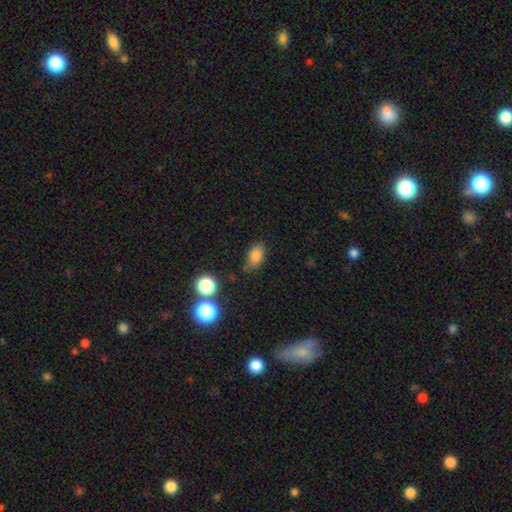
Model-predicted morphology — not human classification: Smooth or featured?
  - smooth: 82% *
  - star or artifact: 11%
  - featured or disk: 7%
How rounded?
  - in between: 87% *
  - round: 11%
  - cigar-shaped: 2%
Merging?
  - none: 75% *
  - minor disturbance: 17%
  - major disturbance: 4%
  - merger: 4%